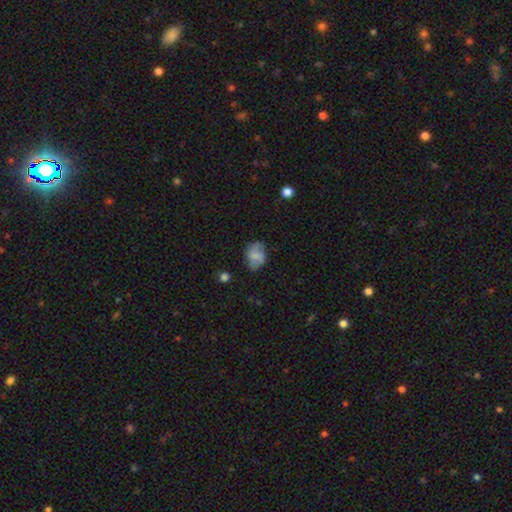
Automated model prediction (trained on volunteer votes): A smooth galaxy with no disk features (63%) that is in between round and cigar-shaped (68%). Merging: none (61%).